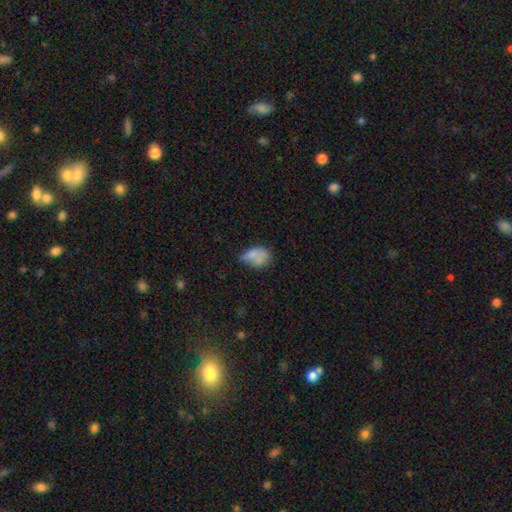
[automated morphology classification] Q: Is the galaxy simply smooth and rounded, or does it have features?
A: smooth — 72%.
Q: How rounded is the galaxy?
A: in between — 79%.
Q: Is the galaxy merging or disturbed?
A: none — 37%.